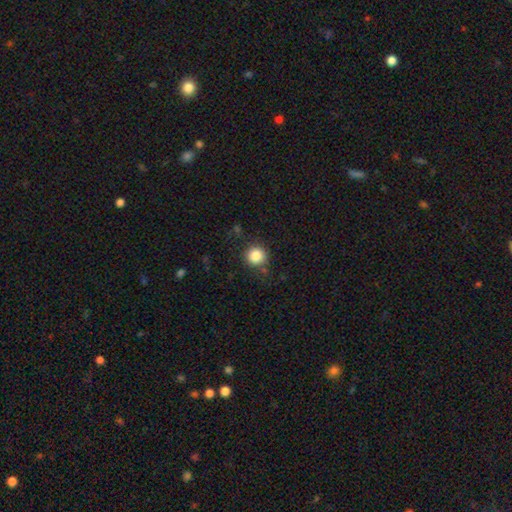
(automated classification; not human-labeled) Q: Smooth or featured?
A: smooth (85%); runner-up: star or artifact (10%)
Q: How rounded?
A: round (93%); runner-up: in between (6%)
Q: Merging?
A: none (84%); runner-up: minor disturbance (10%)